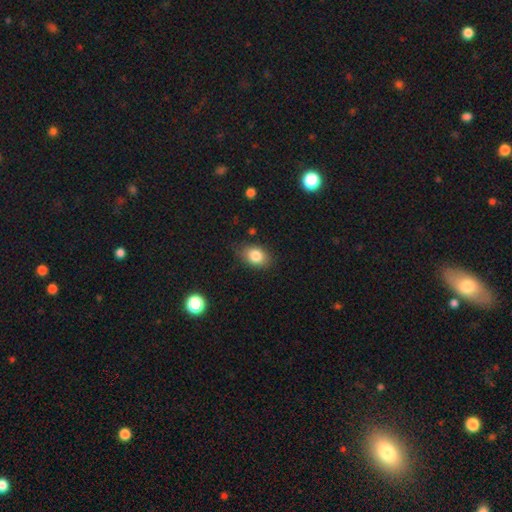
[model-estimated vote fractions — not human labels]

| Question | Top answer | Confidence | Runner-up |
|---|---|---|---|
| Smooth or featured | smooth | 82% | star or artifact (9%) |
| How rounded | in between | 75% | round (23%) |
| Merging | none | 78% | minor disturbance (17%) |